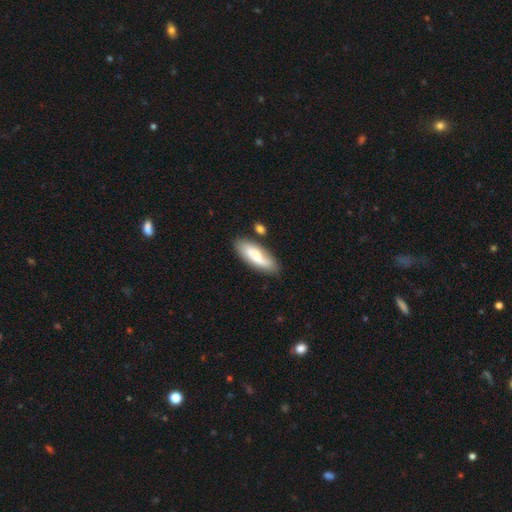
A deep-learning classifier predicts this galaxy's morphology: Overall: smooth (63%; featured or disk 31%). How rounded: in between (71%). Merging: none (67%).